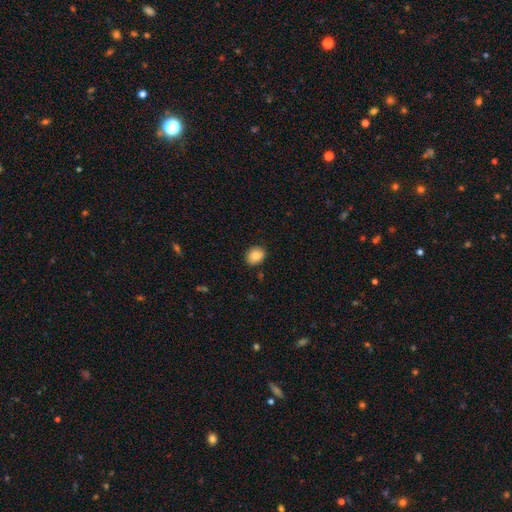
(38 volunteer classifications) smooth 87%, featured or disk 8%, star or artifact 5%. Down the decision tree: how rounded — round (58%); merging — none (83%).